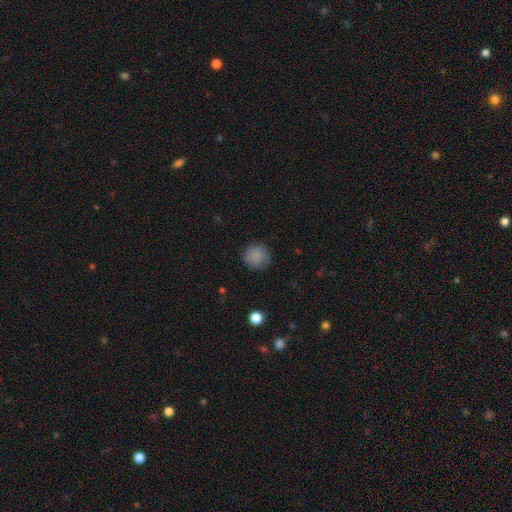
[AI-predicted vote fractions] smooth-or-featured: smooth: 85% | star or artifact: 9% | featured or disk: 6%
  how-rounded: round: 92% | in between: 7% | cigar-shaped: 1%
  merging: none: 83% | minor disturbance: 13% | major disturbance: 3% | merger: 1%